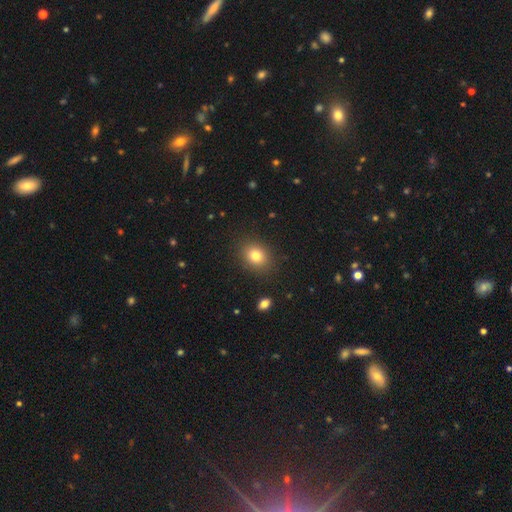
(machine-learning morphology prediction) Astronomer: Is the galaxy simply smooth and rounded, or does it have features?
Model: smooth — 80%.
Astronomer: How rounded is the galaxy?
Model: round — 53% (runner-up: in between, 46%).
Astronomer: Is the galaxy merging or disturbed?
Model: none — 88%.